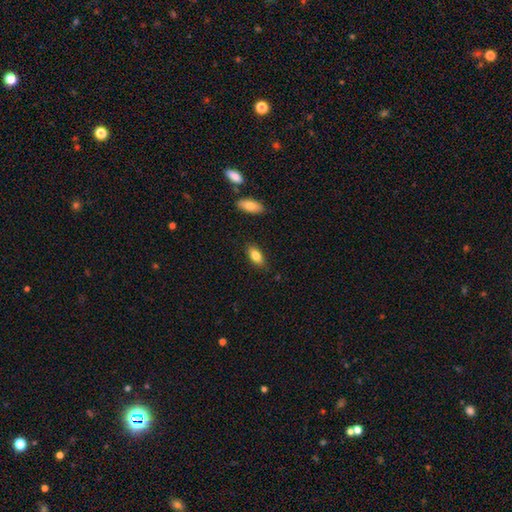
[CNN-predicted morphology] Smooth or featured? smooth (82%)
How rounded? in between (87%)
Merging? none (84%)